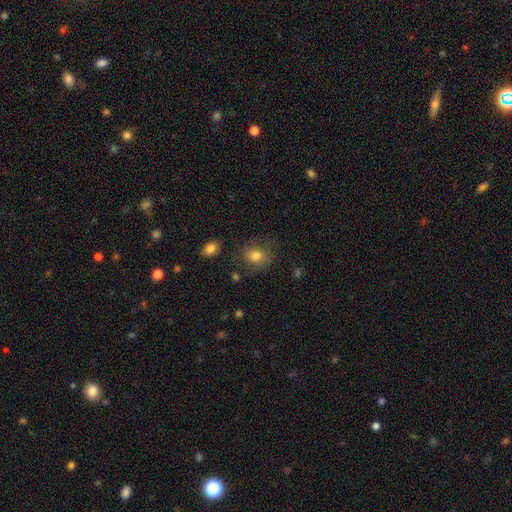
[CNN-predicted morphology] Smooth or featured: smooth — 78% (featured or disk — 11%)
How rounded: round — 59% (in between — 40%)
Merging: none — 73% (minor disturbance — 17%)